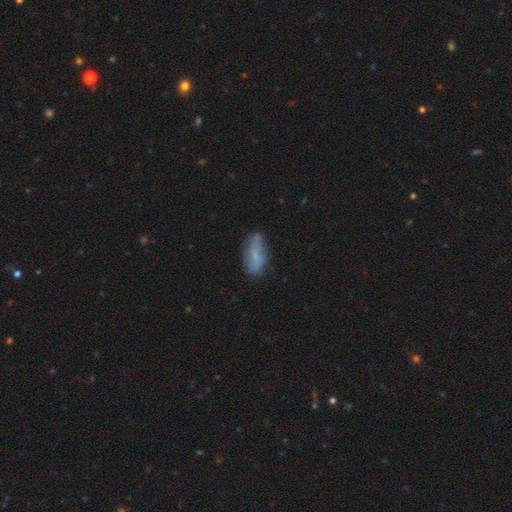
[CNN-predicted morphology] A smooth galaxy with no disk features (65%) that is in between round and cigar-shaped (76%).

Vote fractions:
- Smooth or featured? smooth: 65% / featured or disk: 26% / star or artifact: 9%
- How rounded? in between: 76% / cigar-shaped: 21% / round: 3%
- Merging? none: 64% / minor disturbance: 25% / major disturbance: 7% / merger: 4%